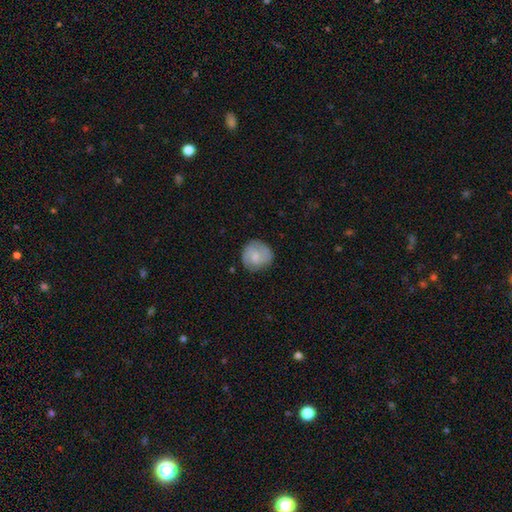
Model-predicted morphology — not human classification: A smooth galaxy with no disk features (56%) that is round (88%).

Vote fractions:
- Smooth or featured? smooth: 56% / featured or disk: 38% / star or artifact: 7%
- How rounded? round: 88% / in between: 11% / cigar-shaped: 1%
- Merging? none: 77% / minor disturbance: 16% / major disturbance: 5% / merger: 1%